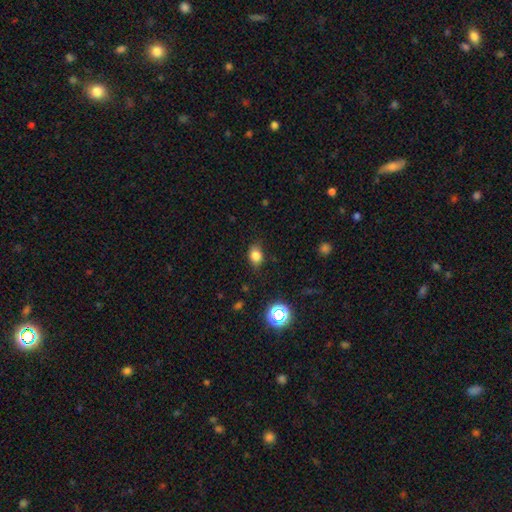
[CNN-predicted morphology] This is likely a smooth galaxy (80%). How rounded: likely in between (67%). Merging: likely none (78%).